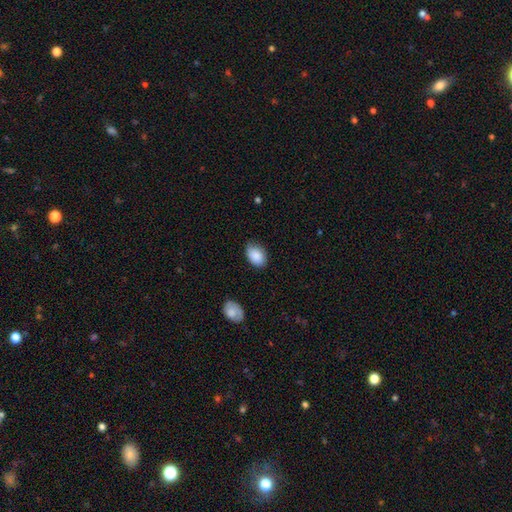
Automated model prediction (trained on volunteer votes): This appears to be a smooth galaxy with no disk features (88%) that is in between round and cigar-shaped (87%). Merging: none (73%).